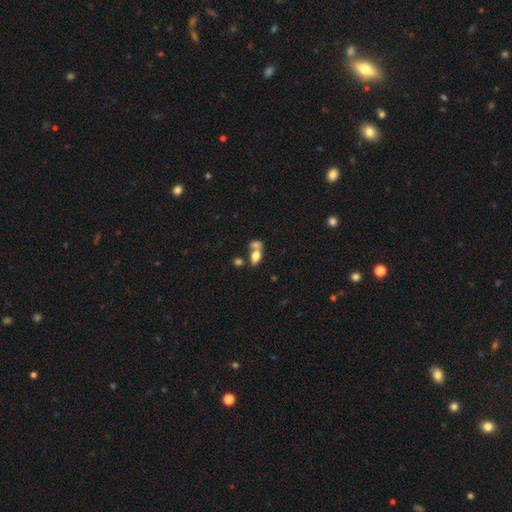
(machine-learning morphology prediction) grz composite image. It shows a smooth galaxy with no disk features (73%) that is in between round and cigar-shaped (85%). Merging: merger (51%).